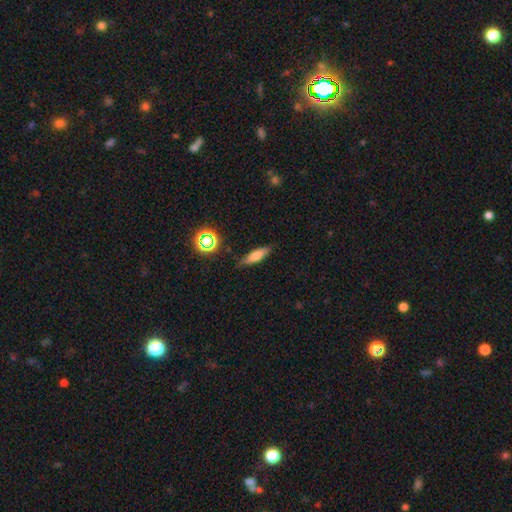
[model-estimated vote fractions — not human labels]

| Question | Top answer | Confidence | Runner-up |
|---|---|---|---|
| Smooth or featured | smooth | 64% | featured or disk (24%) |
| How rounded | cigar-shaped | 62% | in between (35%) |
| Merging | none | 82% | minor disturbance (13%) |